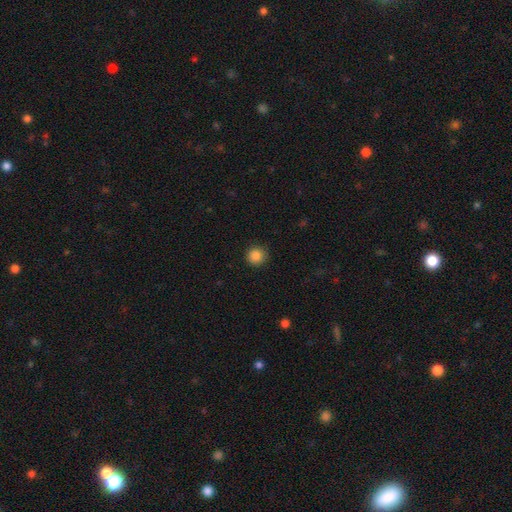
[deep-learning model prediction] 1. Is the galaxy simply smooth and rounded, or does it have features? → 86% smooth, 10% star or artifact, 4% featured or disk.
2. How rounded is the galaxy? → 95% round, 4% in between, 1% cigar-shaped.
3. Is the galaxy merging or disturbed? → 91% none, 6% minor disturbance, 2% major disturbance, 1% merger.